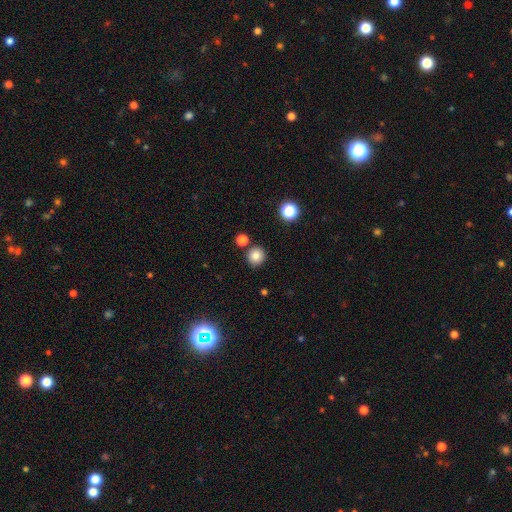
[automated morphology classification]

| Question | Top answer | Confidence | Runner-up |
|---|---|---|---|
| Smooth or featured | smooth | 82% | star or artifact (12%) |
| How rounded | round | 93% | in between (6%) |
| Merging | none | 85% | minor disturbance (7%) |